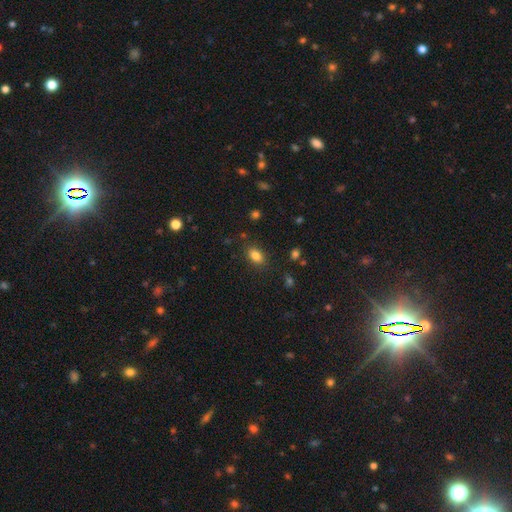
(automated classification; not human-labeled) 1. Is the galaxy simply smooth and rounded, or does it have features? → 83% smooth, 10% star or artifact, 7% featured or disk.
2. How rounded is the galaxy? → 85% in between, 13% round, 2% cigar-shaped.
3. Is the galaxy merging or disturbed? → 84% none, 11% minor disturbance, 3% major disturbance, 2% merger.